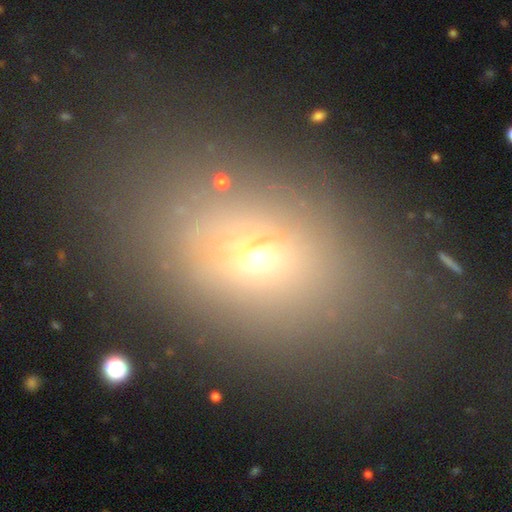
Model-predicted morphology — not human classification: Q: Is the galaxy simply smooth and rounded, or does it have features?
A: smooth — 59%.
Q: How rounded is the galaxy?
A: in between — 66%.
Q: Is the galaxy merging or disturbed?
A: none — 72%.